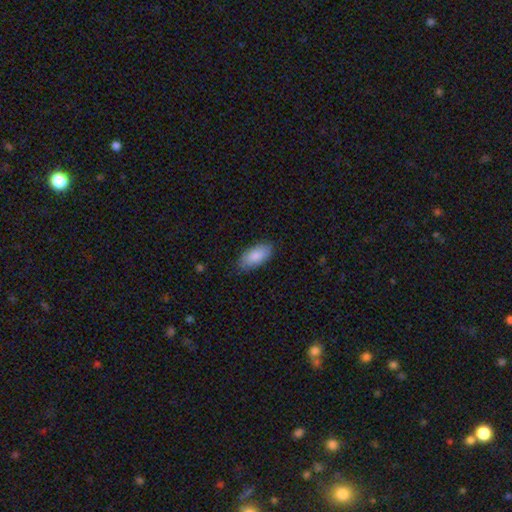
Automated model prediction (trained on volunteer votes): Overall: smooth (87%). How rounded: in between (92%). Merging: none (82%).